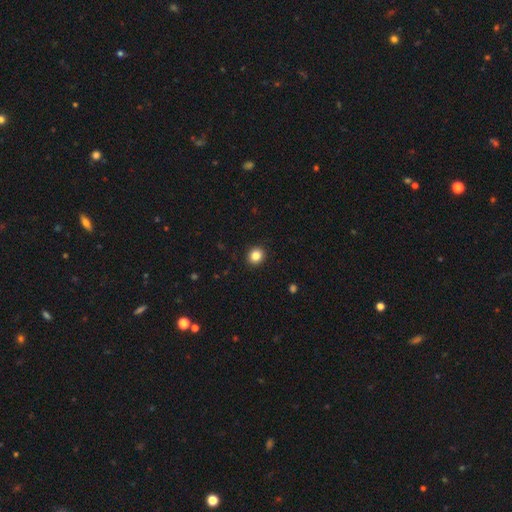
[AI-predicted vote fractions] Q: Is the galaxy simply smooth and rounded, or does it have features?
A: smooth — 84%.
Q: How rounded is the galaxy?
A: round — 83%.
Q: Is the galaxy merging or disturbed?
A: none — 92%.